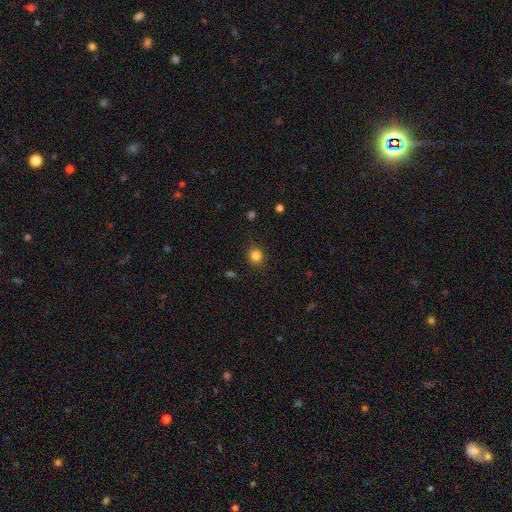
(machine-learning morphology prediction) Smooth or featured?
  - smooth: 83% *
  - star or artifact: 12%
  - featured or disk: 5%
How rounded?
  - round: 82% *
  - in between: 17%
  - cigar-shaped: 1%
Merging?
  - none: 86% *
  - minor disturbance: 10%
  - major disturbance: 3%
  - merger: 1%